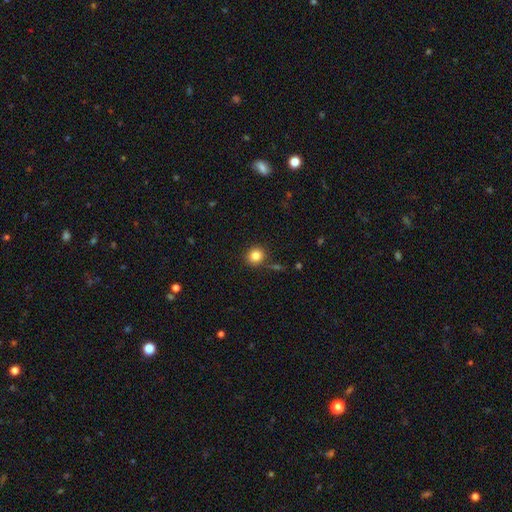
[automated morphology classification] A smooth galaxy with no disk features (84%) that is round (88%). Merging: none (85%).